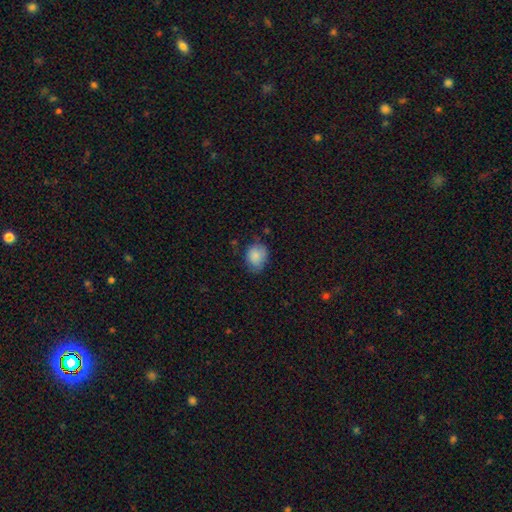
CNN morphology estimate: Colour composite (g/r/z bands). It shows a smooth galaxy with no disk features (84%) that is in between round and cigar-shaped (52%). Merging: none (62%).